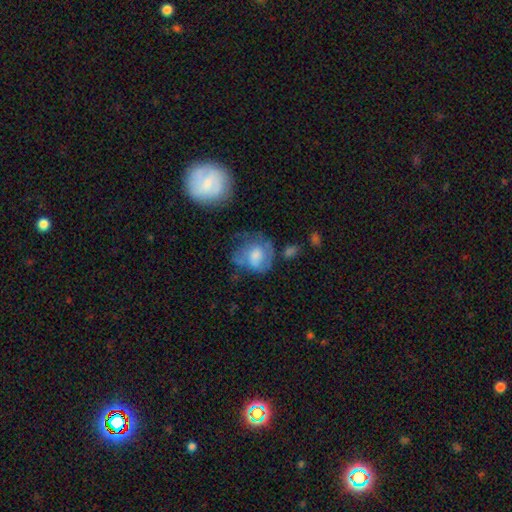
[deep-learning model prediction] smooth_or_featured: smooth (p=0.51) [alt: featured or disk p=0.39]
how_rounded: round (p=0.65) [alt: in between p=0.33]
merging: none (p=0.44) [alt: minor disturbance p=0.26]